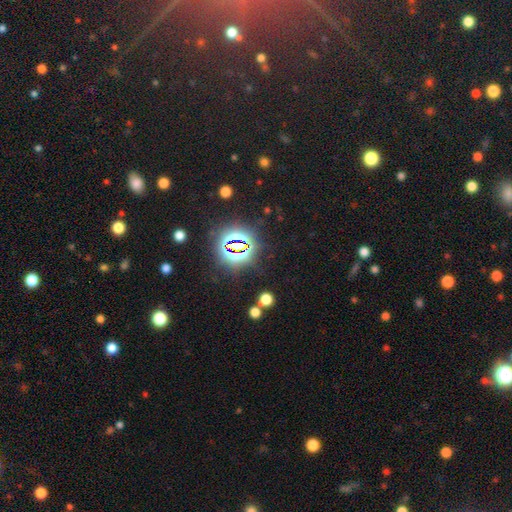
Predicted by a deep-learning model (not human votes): This appears to be a star or artifact, not a galaxy (83%).